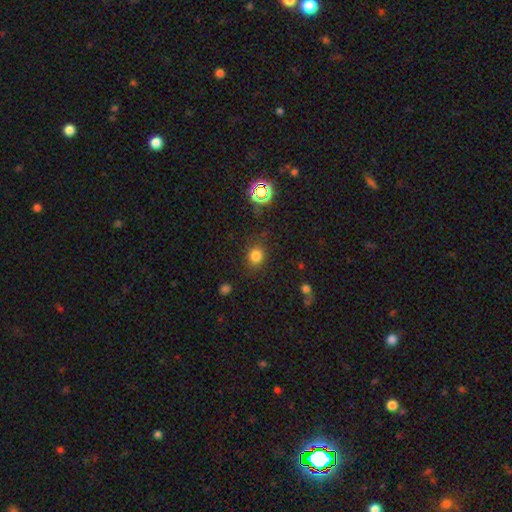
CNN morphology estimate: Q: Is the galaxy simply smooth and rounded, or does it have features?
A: smooth — 78%.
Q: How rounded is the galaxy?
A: round — 77%.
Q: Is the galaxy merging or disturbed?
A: none — 80%.